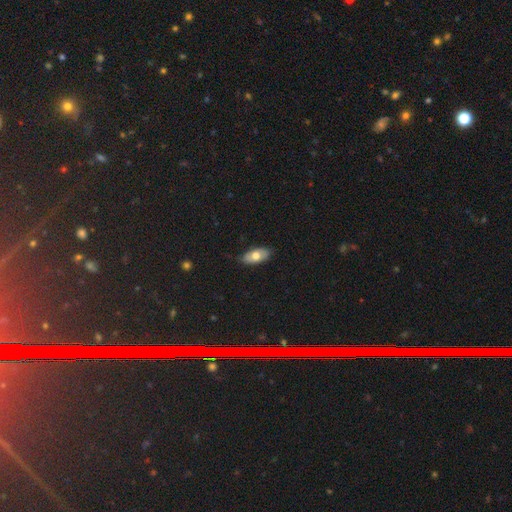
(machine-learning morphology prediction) type=smooth (68%); roundness=in between (90%); merging=none (80%).